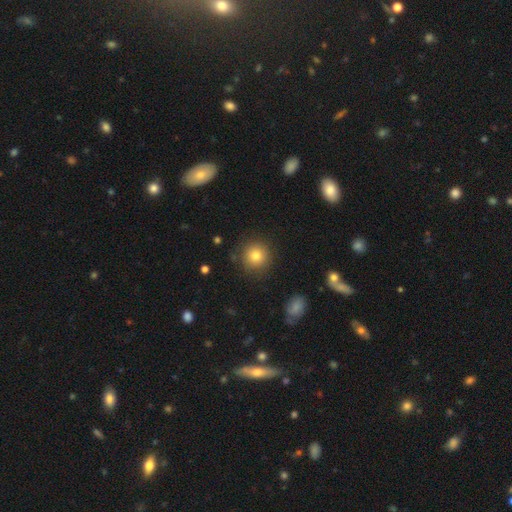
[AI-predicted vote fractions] smooth 80%, star or artifact 11%, featured or disk 9%. Down the decision tree: how rounded — round (93%); merging — none (86%).